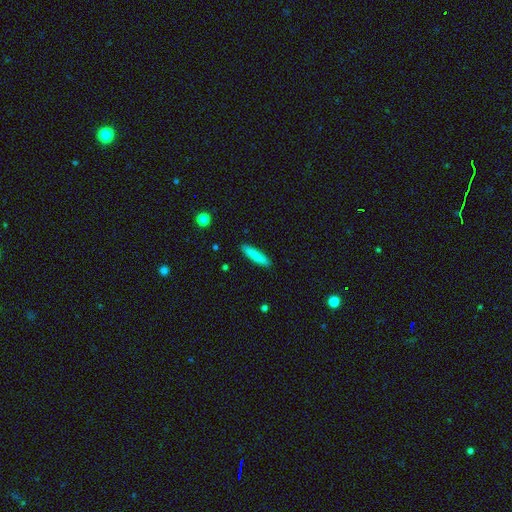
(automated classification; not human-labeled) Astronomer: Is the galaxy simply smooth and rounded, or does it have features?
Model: smooth — 84%.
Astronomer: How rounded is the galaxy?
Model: cigar-shaped — 86%.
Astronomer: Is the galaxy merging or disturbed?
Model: none — 90%.